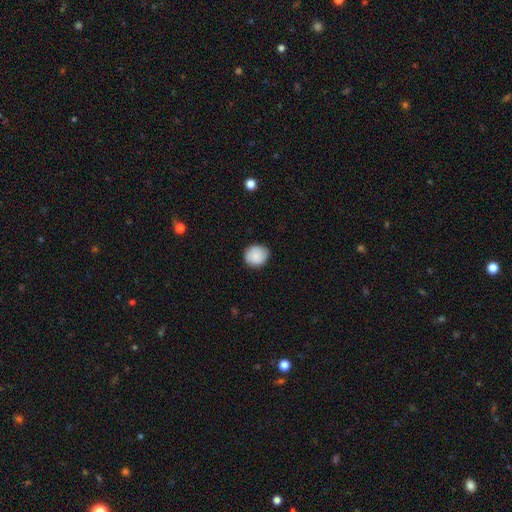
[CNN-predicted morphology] Smooth or featured? Predicted: smooth (p=0.86). How rounded? Predicted: round (p=0.85). Merging? Predicted: none (p=0.86).